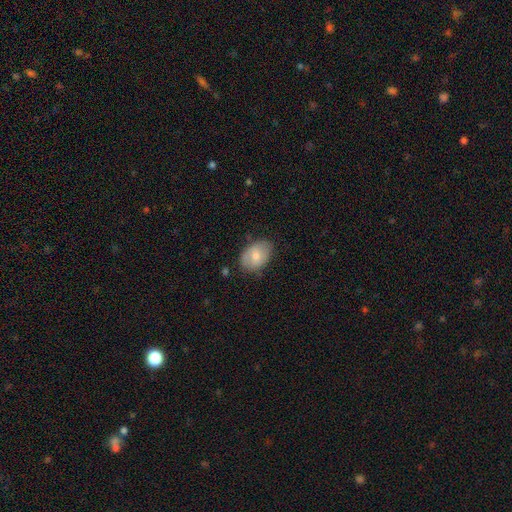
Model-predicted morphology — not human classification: The model was most divided on "smooth or featured": smooth: 73%, featured or disk: 20%, star or artifact: 6%. More confident: how rounded — in between (81%); merging — none (75%).